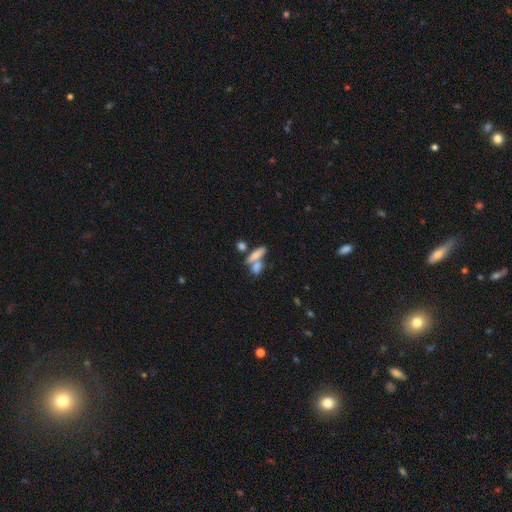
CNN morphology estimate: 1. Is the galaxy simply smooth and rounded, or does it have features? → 72% smooth, 18% featured or disk, 10% star or artifact.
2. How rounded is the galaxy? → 50% in between, 43% cigar-shaped, 8% round.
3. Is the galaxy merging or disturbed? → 49% merger, 37% none, 9% minor disturbance, 5% major disturbance.